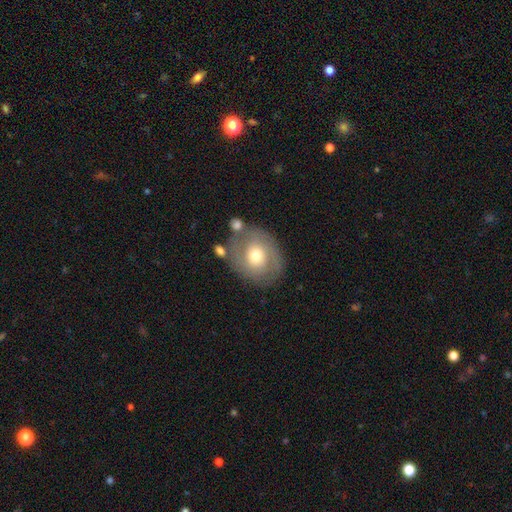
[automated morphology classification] This appears to be a featured or disk galaxy (53%) with no bar (80%), spiral arms (66%) and a moderate central bulge (65%). Merging: none (66%).